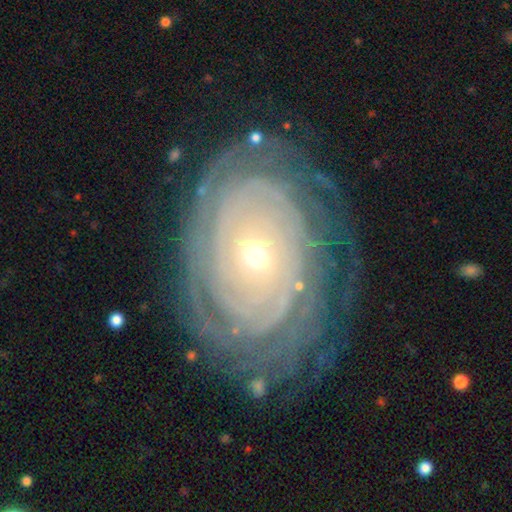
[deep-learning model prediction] featured or disk 86%, smooth 8%, star or artifact 6%. Down the decision tree: edge-on disk — no (96%); bar — no (76%); spiral arms — yes (94%); spiral arm count — can't tell (37%); spiral winding — tight (88%); bulge size — small (73%); merging — none (78%).